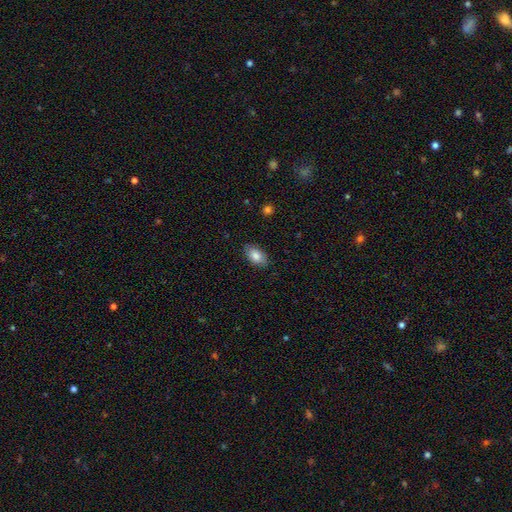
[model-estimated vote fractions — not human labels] This appears to be a smooth galaxy with no disk features (82%) that is in between round and cigar-shaped (93%). Merging: none (85%).